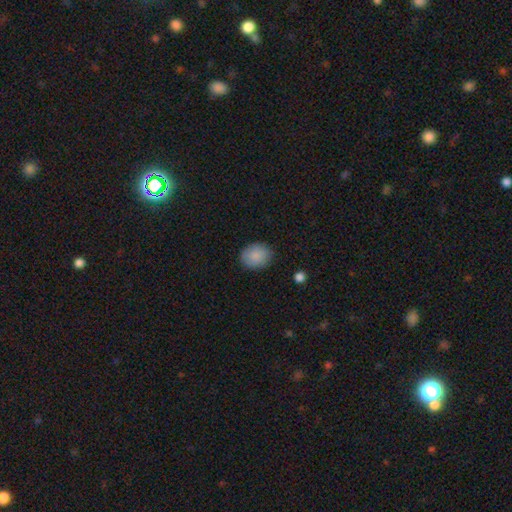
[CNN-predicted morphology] Smooth or featured: smooth — 88% (star or artifact — 7%)
How rounded: in between — 50% (round — 49%)
Merging: none — 85% (minor disturbance — 11%)